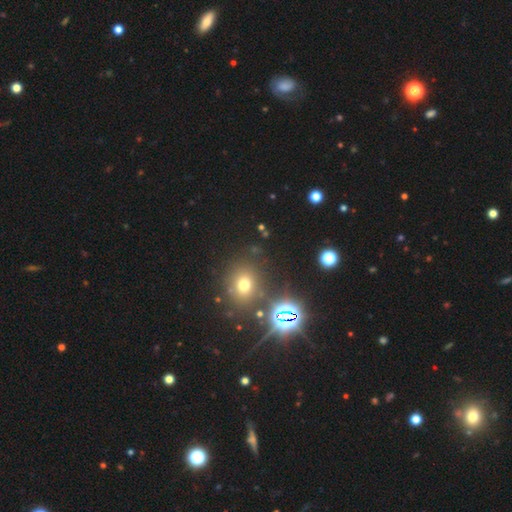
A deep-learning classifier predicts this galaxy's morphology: This appears to be a star or artifact, not a galaxy (49%).